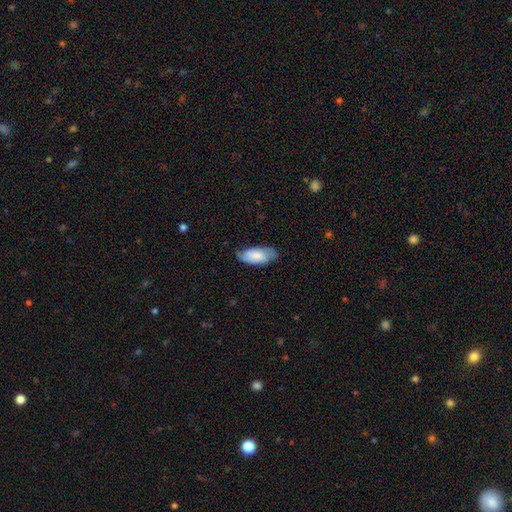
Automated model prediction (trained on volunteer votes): Smooth or featured? smooth (77%)
How rounded? in between (89%)
Merging? none (71%)